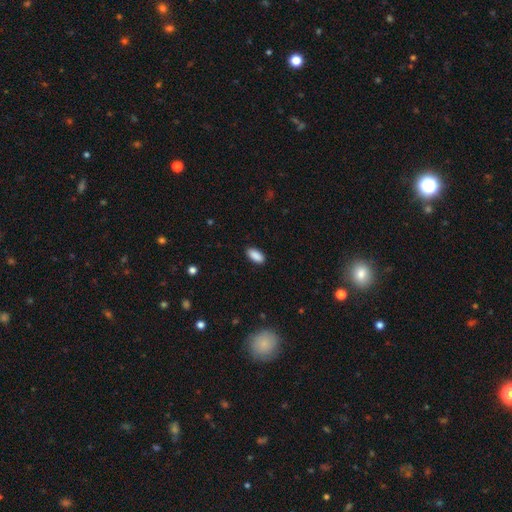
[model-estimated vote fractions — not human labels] The model was most divided on "merging": none: 89%, minor disturbance: 8%, major disturbance: 2%, merger: 1%. More confident: how rounded — in between (91%); smooth or featured — smooth (90%).